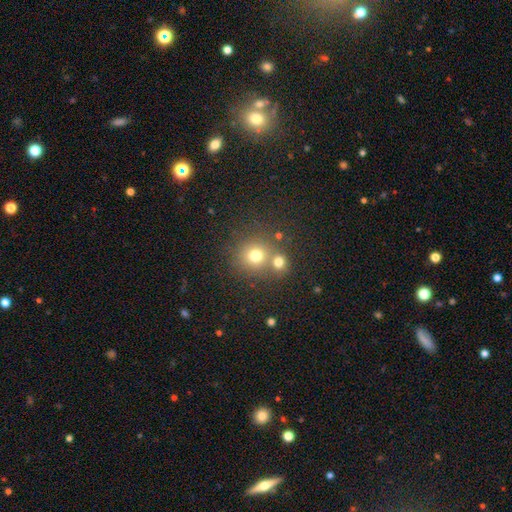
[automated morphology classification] Q: Smooth or featured?
A: smooth (74%); runner-up: star or artifact (16%)
Q: How rounded?
A: round (89%); runner-up: in between (10%)
Q: Merging?
A: none (57%); runner-up: merger (33%)